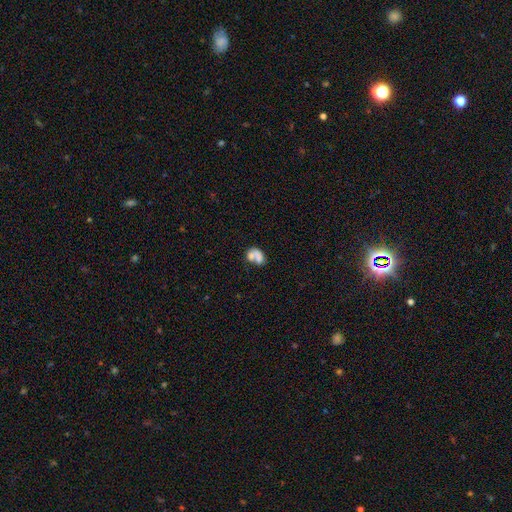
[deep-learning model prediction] smooth_or_featured: smooth (p=0.60) [alt: featured or disk p=0.29]
how_rounded: in between (p=0.68) [alt: round p=0.30]
merging: merger (p=0.50) [alt: none p=0.25]